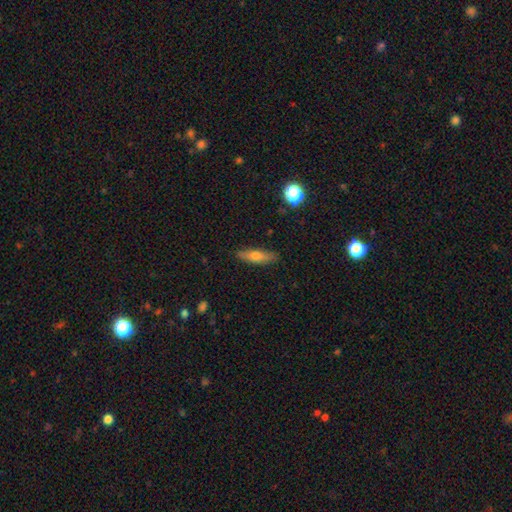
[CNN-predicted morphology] This is likely a smooth galaxy (64%). How rounded: likely cigar-shaped (68%). Merging: clearly none (87%).